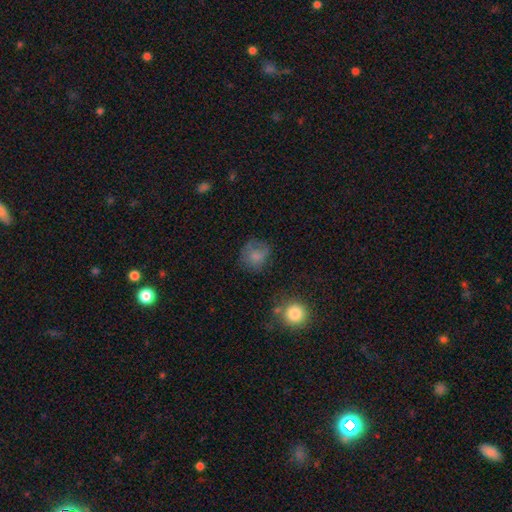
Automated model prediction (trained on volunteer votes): Smooth or featured?
  - smooth: 73% *
  - featured or disk: 15%
  - star or artifact: 12%
How rounded?
  - round: 77% *
  - in between: 22%
  - cigar-shaped: 1%
Merging?
  - none: 57% *
  - minor disturbance: 26%
  - major disturbance: 15%
  - merger: 3%